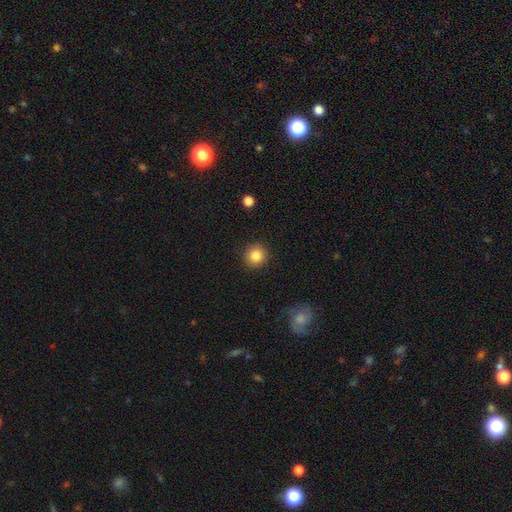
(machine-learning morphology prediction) Smooth or featured? Predicted: smooth (p=0.84). How rounded? Predicted: round (p=0.91). Merging? Predicted: none (p=0.90).